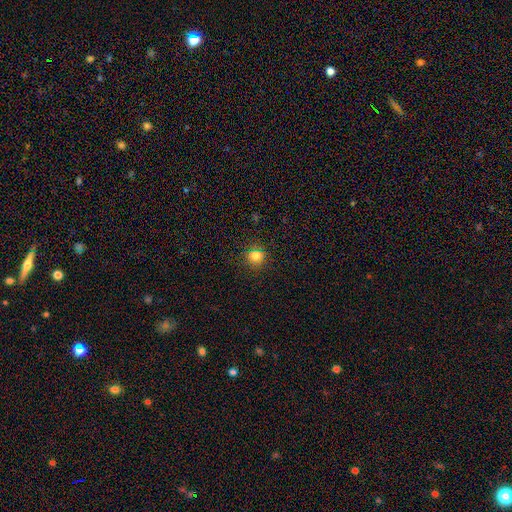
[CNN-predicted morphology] Overall: smooth (80%). How rounded: round (93%). Merging: none (90%).